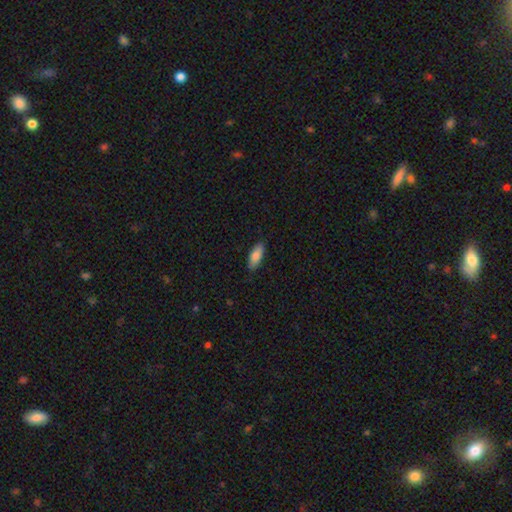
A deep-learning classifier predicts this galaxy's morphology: Q: Smooth or featured?
A: smooth (84%); runner-up: featured or disk (10%)
Q: How rounded?
A: in between (77%); runner-up: cigar-shaped (21%)
Q: Merging?
A: none (86%); runner-up: minor disturbance (11%)